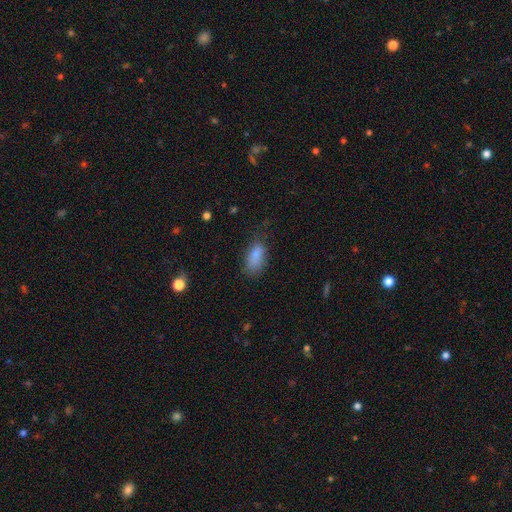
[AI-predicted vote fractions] smooth 83%, star or artifact 9%, featured or disk 8%. Down the decision tree: how rounded — in between (88%); merging — none (66%).